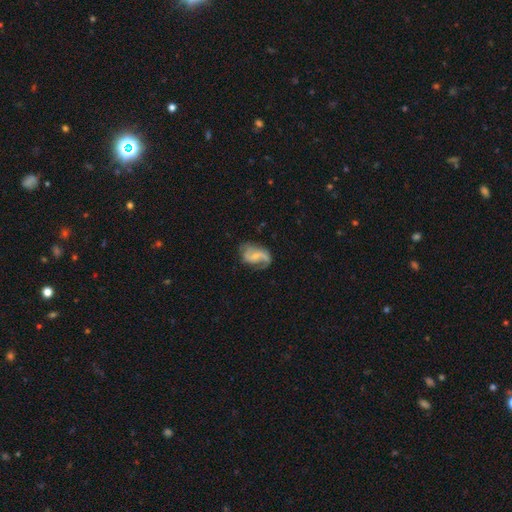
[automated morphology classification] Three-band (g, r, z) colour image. It shows a featured or disk galaxy (79%) with a weak bar (47%), 2 (79%) loose (47%) spiral arms (93%) and a small central bulge (54%). Merging: none (61%).